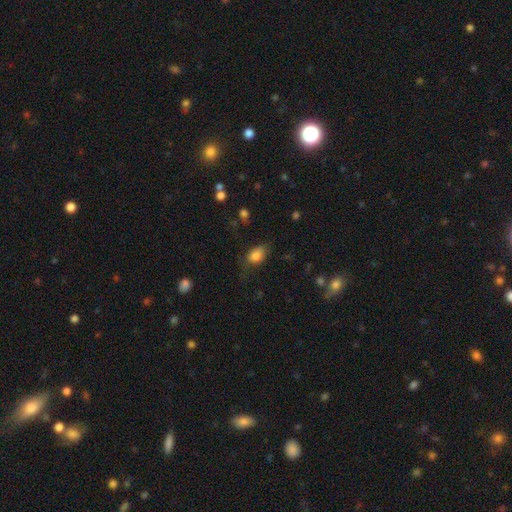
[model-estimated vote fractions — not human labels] A smooth galaxy with no disk features (83%) that is in between round and cigar-shaped (78%).

Vote fractions:
- Smooth or featured? smooth: 83% / star or artifact: 9% / featured or disk: 8%
- How rounded? in between: 78% / round: 20% / cigar-shaped: 2%
- Merging? none: 56% / minor disturbance: 29% / major disturbance: 13% / merger: 2%